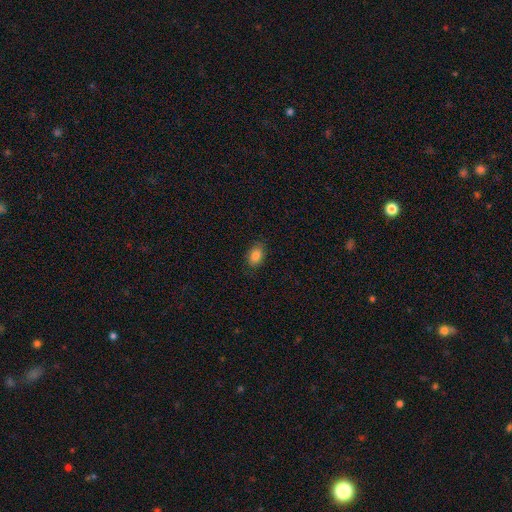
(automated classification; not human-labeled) A smooth galaxy with no disk features (84%) that is in between round and cigar-shaped (84%).

Vote fractions:
- Smooth or featured? smooth: 84% / star or artifact: 9% / featured or disk: 7%
- How rounded? in between: 84% / round: 14% / cigar-shaped: 2%
- Merging? none: 82% / minor disturbance: 14% / major disturbance: 3% / merger: 1%